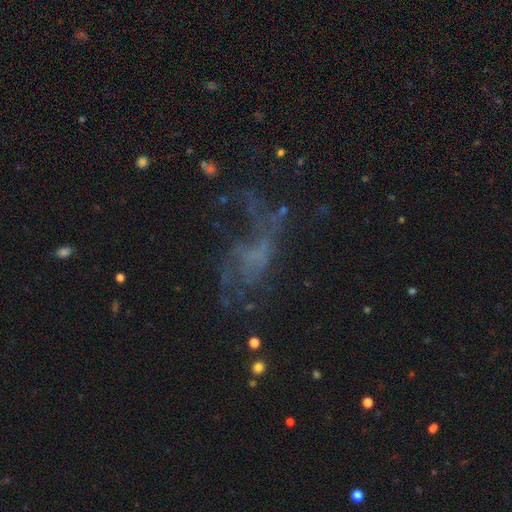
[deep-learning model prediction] Smooth or featured: featured or disk — 57% (star or artifact — 25%)
Edge-on disk: no — 95% (yes — 5%)
Bar: no — 77% (weak — 18%)
Spiral arms: no — 54% (yes — 46%)
Bulge size: none — 74% (small — 14%)
Merging: major disturbance — 41% (none — 39%)